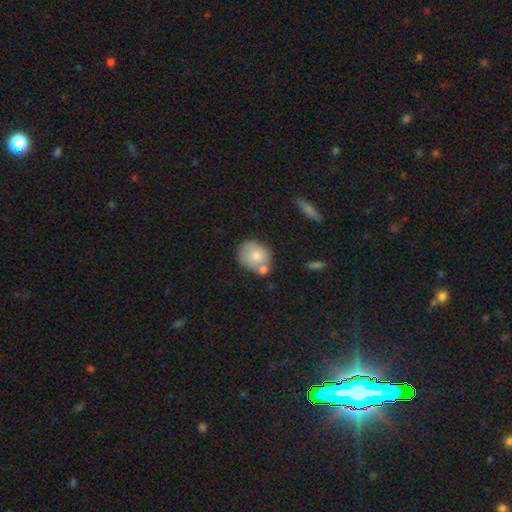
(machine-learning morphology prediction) Smooth or featured?
  - smooth: 75% *
  - featured or disk: 18%
  - star or artifact: 7%
How rounded?
  - round: 63% *
  - in between: 35%
  - cigar-shaped: 1%
Merging?
  - none: 52% *
  - merger: 25%
  - minor disturbance: 18%
  - major disturbance: 5%